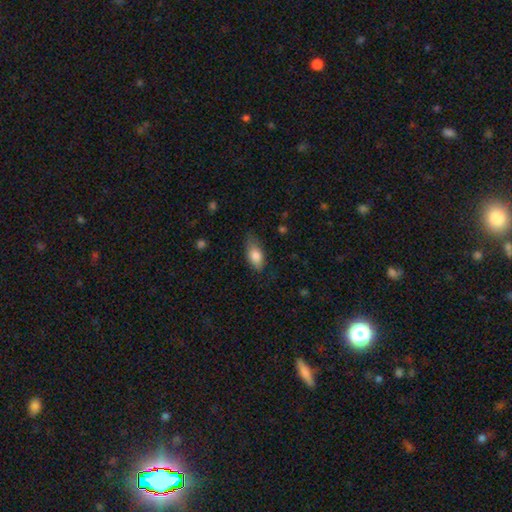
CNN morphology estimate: Smooth or featured? Predicted: smooth (p=0.81). How rounded? Predicted: in between (p=0.89). Merging? Predicted: none (p=0.63).